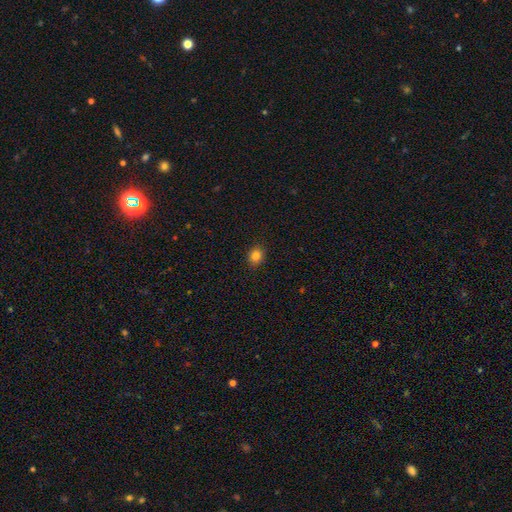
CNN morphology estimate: Smooth or featured? smooth (84%)
How rounded? round (57%)
Merging? none (90%)